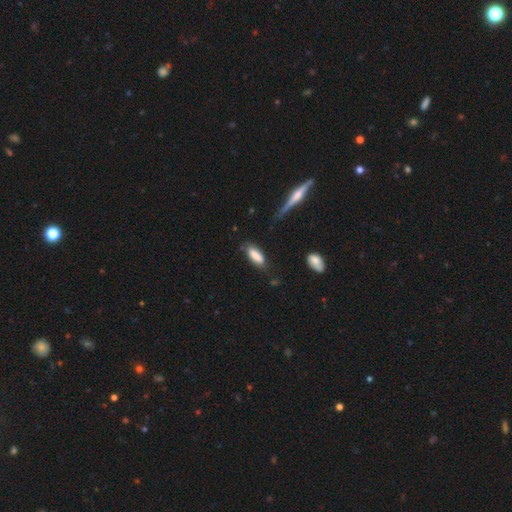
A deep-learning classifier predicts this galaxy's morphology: smooth 84%, featured or disk 9%, star or artifact 7%. Down the decision tree: how rounded — in between (66%); merging — none (70%).